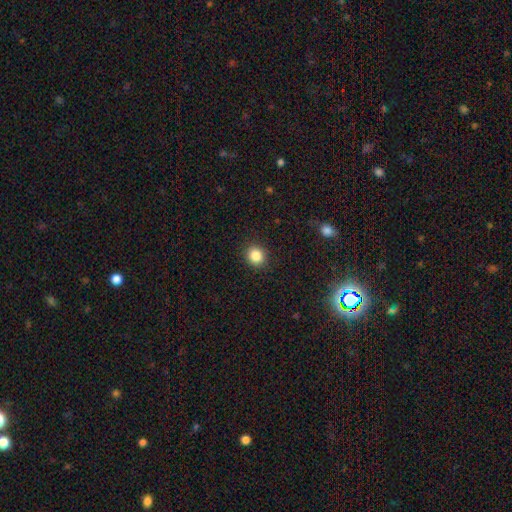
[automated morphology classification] Overall: smooth (85%). How rounded: round (83%). Merging: none (91%).